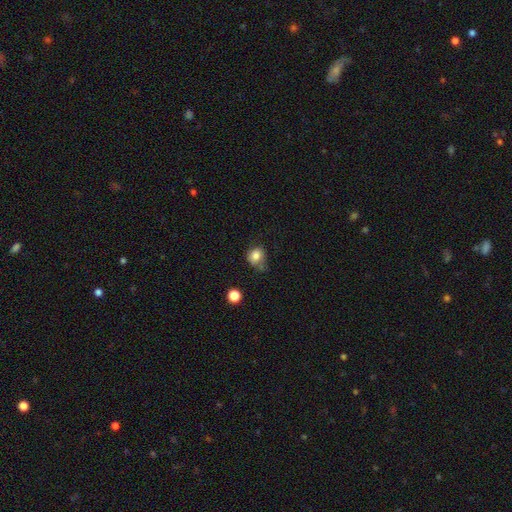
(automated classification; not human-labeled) A smooth galaxy with no disk features (81%) that is round (65%). Merging: none (44%).